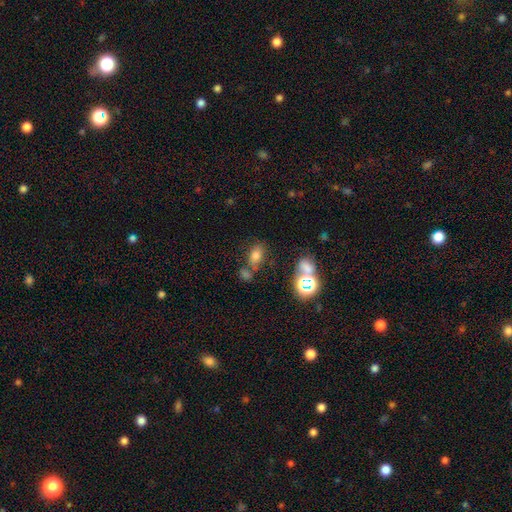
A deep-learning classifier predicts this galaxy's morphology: A smooth galaxy with no disk features (69%) that is in between round and cigar-shaped (80%).

Vote fractions:
- Smooth or featured? smooth: 69% / star or artifact: 19% / featured or disk: 11%
- How rounded? in between: 80% / round: 17% / cigar-shaped: 3%
- Merging? none: 54% / merger: 24% / minor disturbance: 16% / major disturbance: 7%